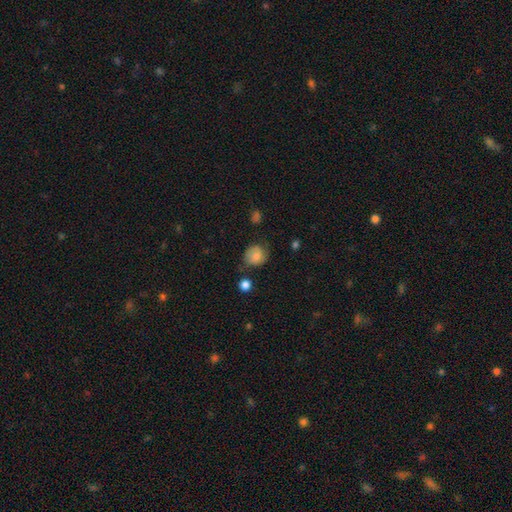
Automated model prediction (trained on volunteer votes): Morphology: type=smooth (70%); roundness=round (72%); merging=none (59%).